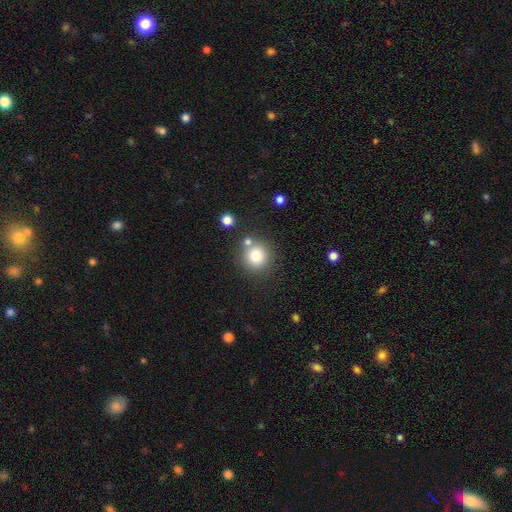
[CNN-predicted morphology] smooth 79%, star or artifact 12%, featured or disk 9%. Down the decision tree: how rounded — round (92%); merging — none (74%).